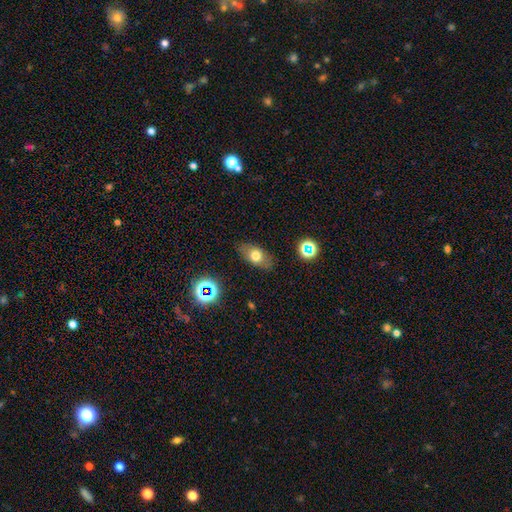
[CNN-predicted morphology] A smooth galaxy with no disk features (69%) that is in between round and cigar-shaped (84%). Merging: none (83%).